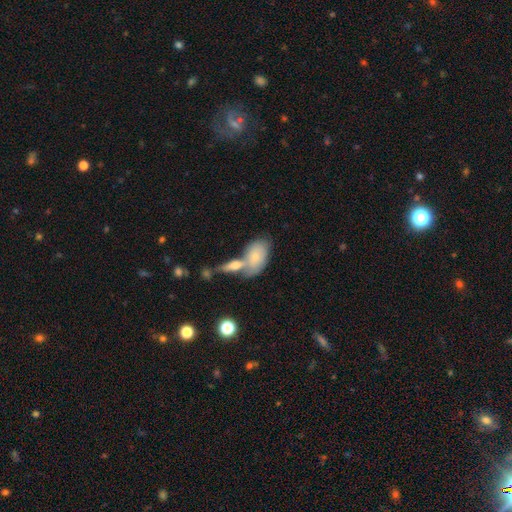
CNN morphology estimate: Overall: smooth (70%). How rounded: in between (91%). Merging: merger (51%; none 32%).